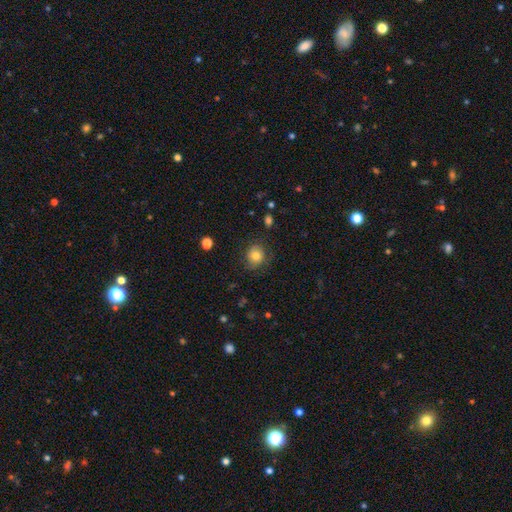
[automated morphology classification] The model was most divided on "how rounded": round: 75%, in between: 24%, cigar-shaped: 1%. More confident: merging — none (74%); smooth or featured — smooth (74%).